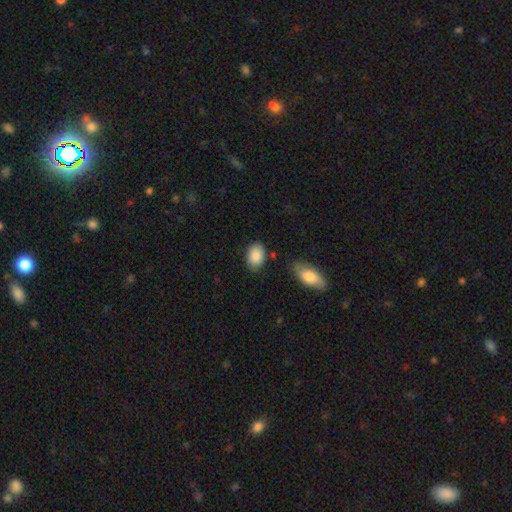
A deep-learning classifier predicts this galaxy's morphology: smooth_or_featured: smooth (p=0.88) [alt: star or artifact p=0.06]
how_rounded: in between (p=0.86) [alt: round p=0.13]
merging: none (p=0.77) [alt: minor disturbance p=0.15]